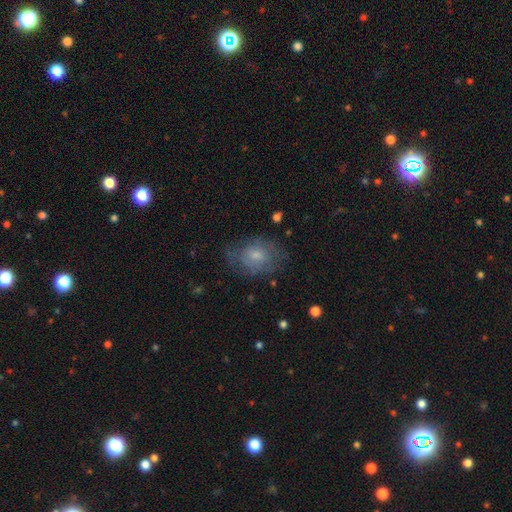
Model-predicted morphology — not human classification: This appears to be a smooth galaxy with no disk features (58%) that is in between round and cigar-shaped (64%). Merging: none (61%).